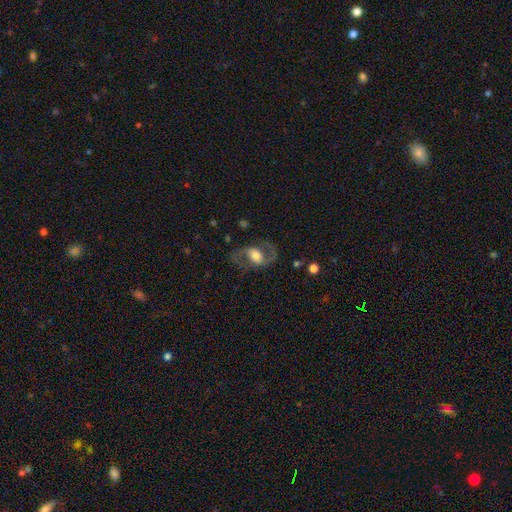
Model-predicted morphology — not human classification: This appears to be a featured or disk galaxy (75%) with no bar (43%), 2 (90%) medium (49%) spiral arms (86%) and a moderate central bulge (50%). Merging: none (72%).